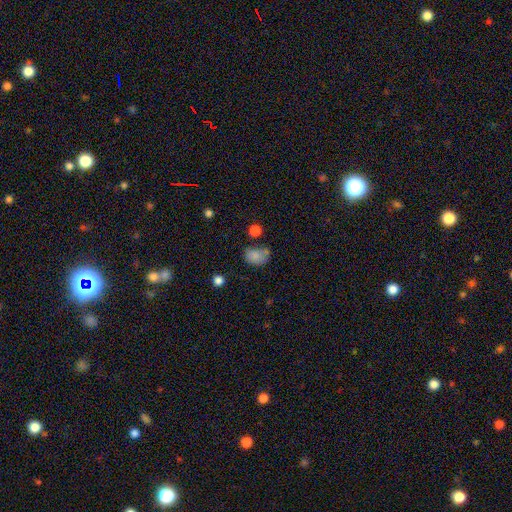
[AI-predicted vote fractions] Overall: smooth (80%). How rounded: in between (66%; round 33%). Merging: none (47%; minor disturbance 29%).